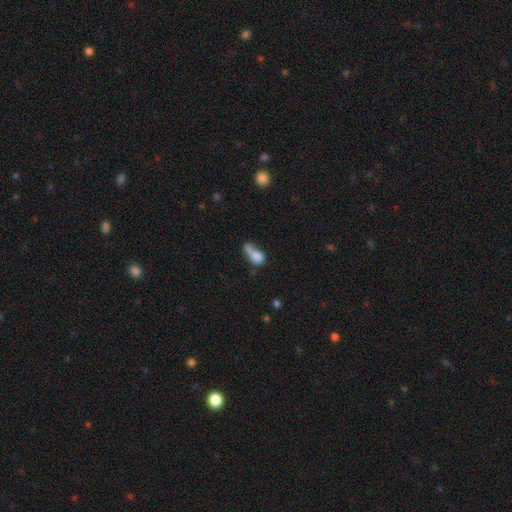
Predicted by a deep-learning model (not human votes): Smooth or featured?
  - smooth: 72% *
  - featured or disk: 18%
  - star or artifact: 10%
How rounded?
  - in between: 68% *
  - round: 23%
  - cigar-shaped: 9%
Merging?
  - merger: 35% *
  - major disturbance: 24%
  - none: 22%
  - minor disturbance: 19%